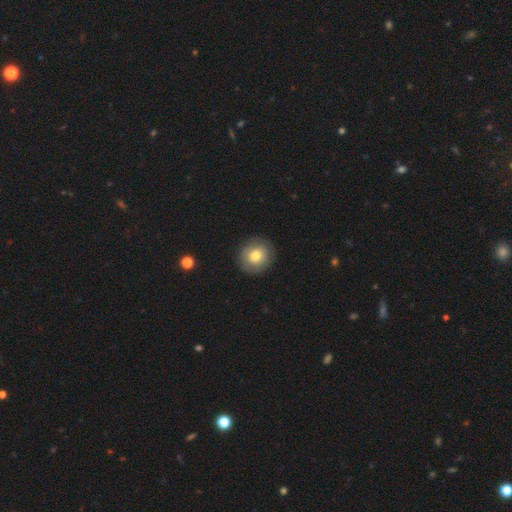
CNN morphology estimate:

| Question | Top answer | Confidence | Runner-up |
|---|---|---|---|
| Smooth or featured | smooth | 71% | featured or disk (21%) |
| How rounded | round | 86% | in between (13%) |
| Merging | none | 87% | minor disturbance (9%) |